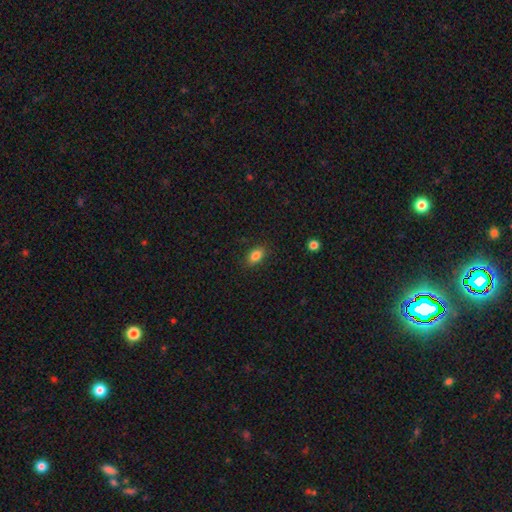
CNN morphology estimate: smooth_or_featured: smooth (p=0.85) [alt: star or artifact p=0.09]
how_rounded: in between (p=0.87) [alt: round p=0.10]
merging: none (p=0.86) [alt: minor disturbance p=0.10]